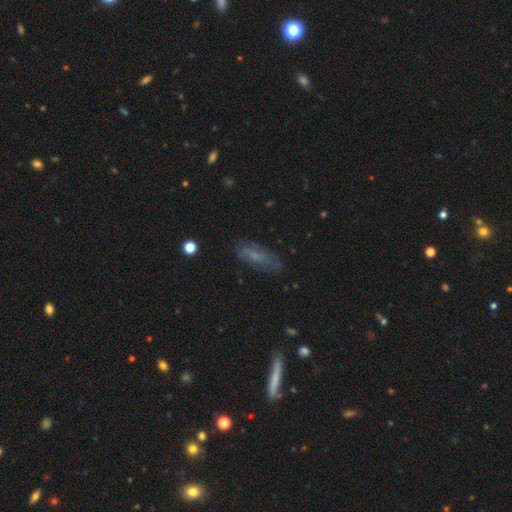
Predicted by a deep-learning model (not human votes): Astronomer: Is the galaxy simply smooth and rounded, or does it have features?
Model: smooth — 55% (runner-up: featured or disk, 34%).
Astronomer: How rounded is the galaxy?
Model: in between — 55% (runner-up: cigar-shaped, 41%).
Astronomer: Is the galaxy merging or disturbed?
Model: none — 71%.